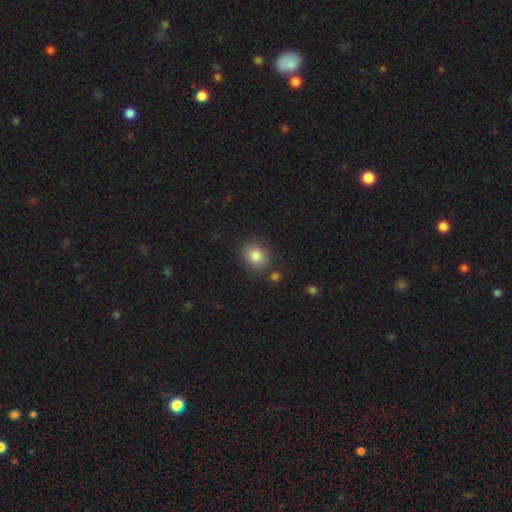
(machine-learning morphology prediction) type=smooth (85%); roundness=round (65%); merging=none (80%).